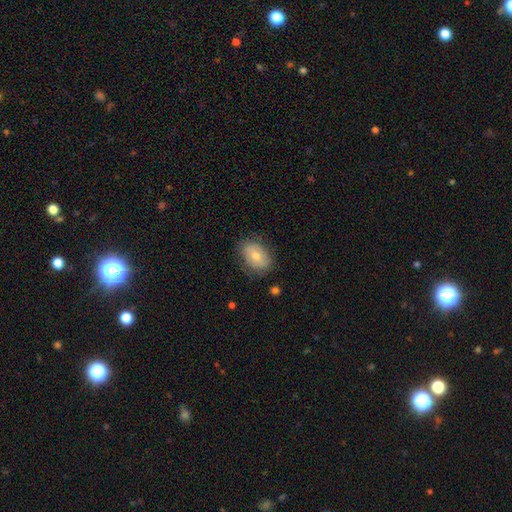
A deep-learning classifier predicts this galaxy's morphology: smooth_or_featured: smooth (p=0.66) [alt: featured or disk p=0.27]
how_rounded: in between (p=0.80) [alt: round p=0.19]
merging: none (p=0.76) [alt: minor disturbance p=0.18]